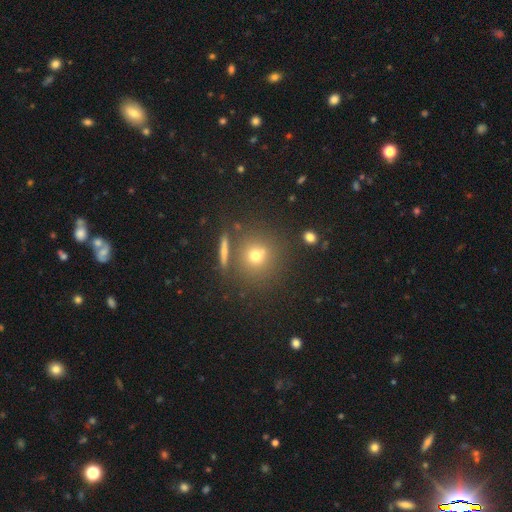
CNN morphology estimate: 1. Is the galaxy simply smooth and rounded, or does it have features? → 67% smooth, 19% star or artifact, 14% featured or disk.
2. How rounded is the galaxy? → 89% round, 9% in between, 2% cigar-shaped.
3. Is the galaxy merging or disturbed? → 76% none, 10% merger, 10% minor disturbance, 4% major disturbance.